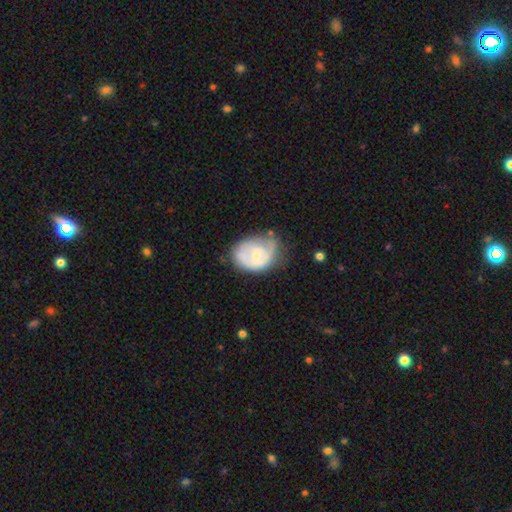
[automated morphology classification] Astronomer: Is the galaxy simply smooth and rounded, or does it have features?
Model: featured or disk — 50% (runner-up: smooth, 43%).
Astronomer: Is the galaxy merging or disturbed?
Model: none — 40% (runner-up: minor disturbance, 36%).